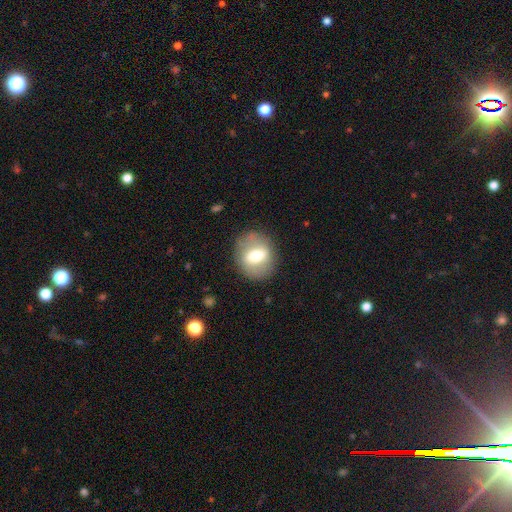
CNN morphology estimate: smooth_or_featured: smooth (p=0.55) [alt: featured or disk p=0.38]
how_rounded: round (p=0.57) [alt: in between p=0.42]
merging: none (p=0.82) [alt: minor disturbance p=0.11]